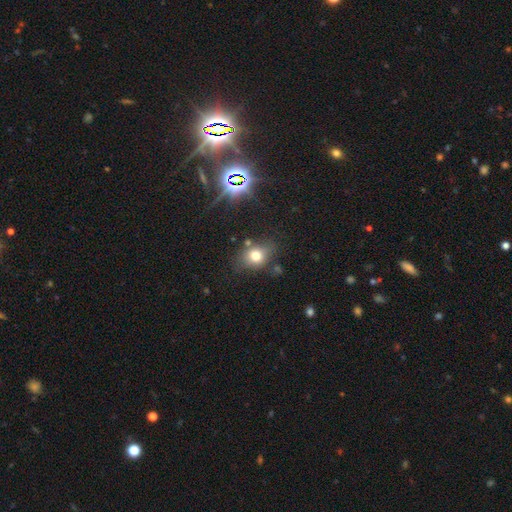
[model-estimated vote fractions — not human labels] Smooth or featured? smooth (74%)
How rounded? in between (52%)
Merging? none (69%)